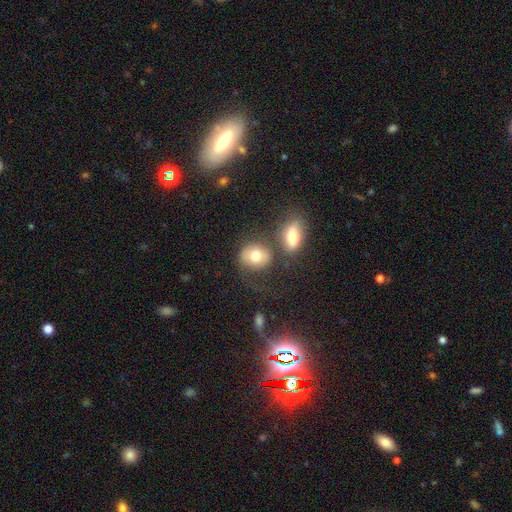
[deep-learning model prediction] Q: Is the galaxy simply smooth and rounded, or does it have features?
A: smooth — 74%.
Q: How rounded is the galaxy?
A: round — 62%.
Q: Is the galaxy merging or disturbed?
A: none — 51%.